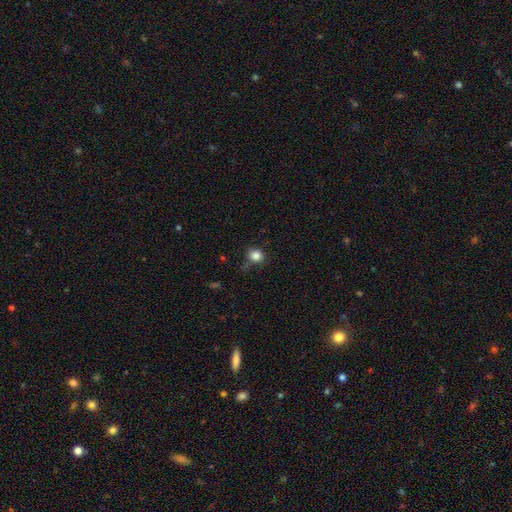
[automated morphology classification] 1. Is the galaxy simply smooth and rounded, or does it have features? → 84% smooth, 12% star or artifact, 4% featured or disk.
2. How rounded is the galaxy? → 83% round, 16% in between, 1% cigar-shaped.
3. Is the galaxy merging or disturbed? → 72% none, 19% minor disturbance, 5% major disturbance, 3% merger.